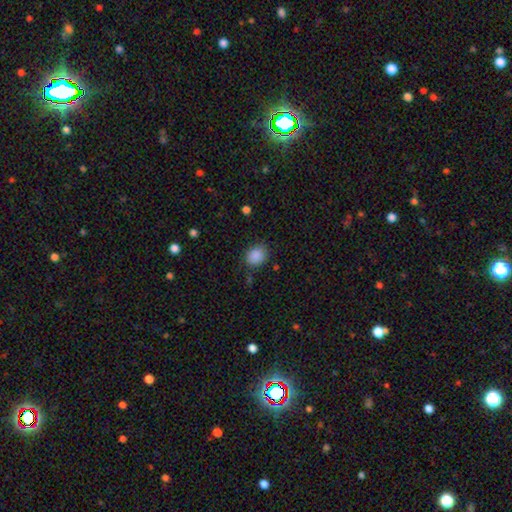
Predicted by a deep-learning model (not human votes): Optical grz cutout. It shows a smooth galaxy with no disk features (88%) that is round (57%). Merging: none (78%).